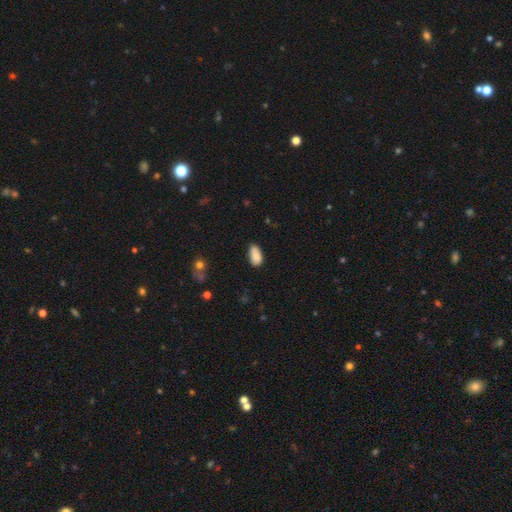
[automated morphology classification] Smooth or featured: smooth — 85% (featured or disk — 8%)
How rounded: in between — 93% (cigar-shaped — 4%)
Merging: none — 68% (minor disturbance — 23%)